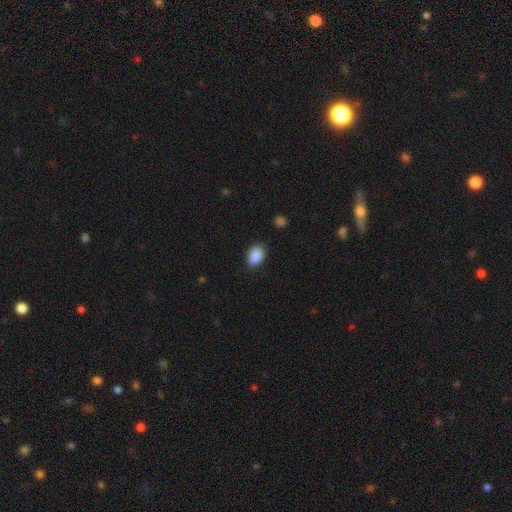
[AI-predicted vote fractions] Smooth or featured? Predicted: smooth (p=0.90). How rounded? Predicted: in between (p=0.82). Merging? Predicted: none (p=0.85).